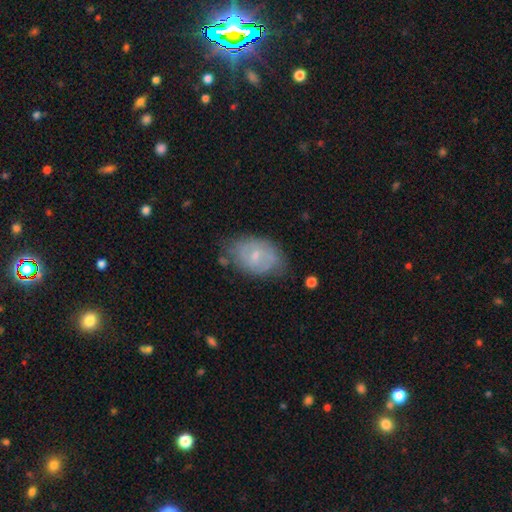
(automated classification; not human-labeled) featured or disk 49%, smooth 43%, star or artifact 8%. Down the decision tree: merging — none (66%).